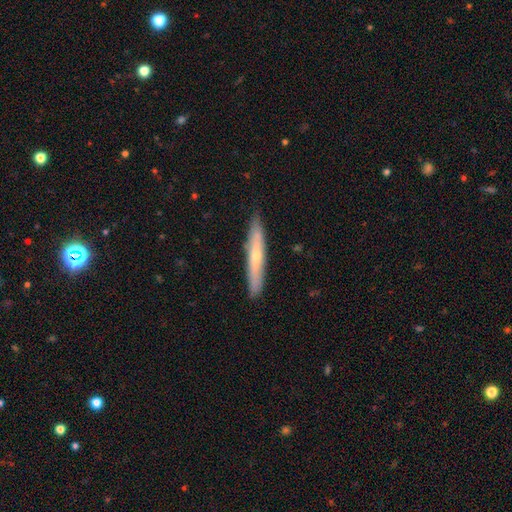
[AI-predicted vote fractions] Smooth or featured?
  - featured or disk: 47% * (tied)
  - smooth: 47% * (tied)
  - star or artifact: 6%
Merging?
  - none: 88% *
  - minor disturbance: 9%
  - major disturbance: 2%
  - merger: 1%